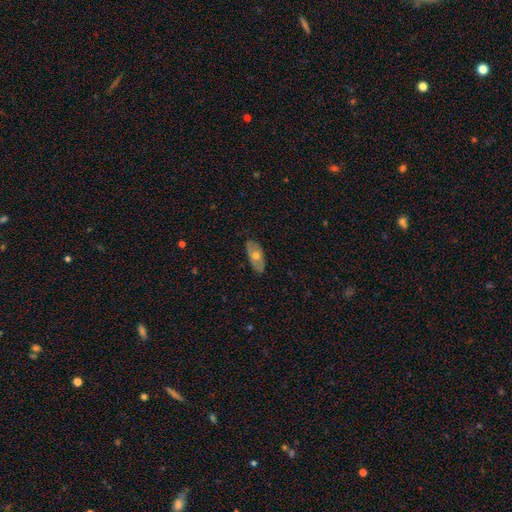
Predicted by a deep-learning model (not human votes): A smooth galaxy with no disk features (50%). Merging: none (83%).